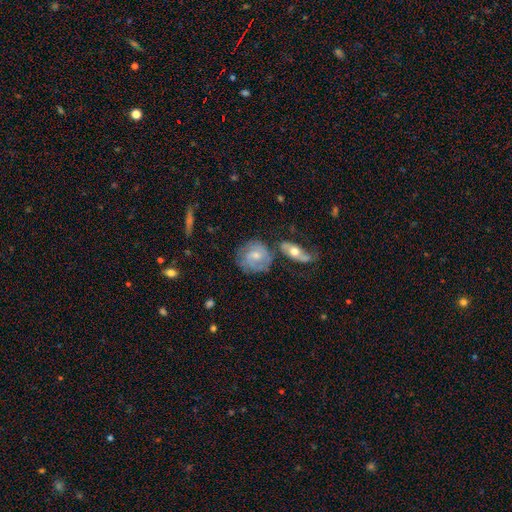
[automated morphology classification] Smooth or featured? Predicted: featured or disk (p=0.54). Edge-on disk? Predicted: no (p=0.95). Bar? Predicted: no (p=0.59). Spiral arms? Predicted: yes (p=0.73). Bulge size? Predicted: moderate (p=0.55). Merging? Predicted: none (p=0.57).